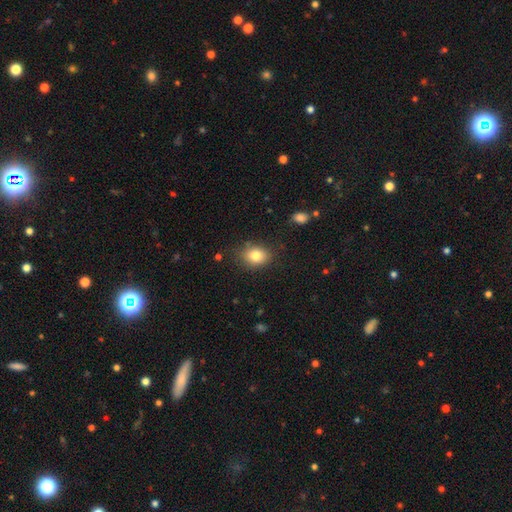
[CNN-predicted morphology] A smooth galaxy with no disk features (81%) that is in between round and cigar-shaped (57%).

Vote fractions:
- Smooth or featured? smooth: 81% / star or artifact: 10% / featured or disk: 9%
- How rounded? in between: 57% / round: 42% / cigar-shaped: 1%
- Merging? none: 81% / minor disturbance: 14% / major disturbance: 3% / merger: 2%